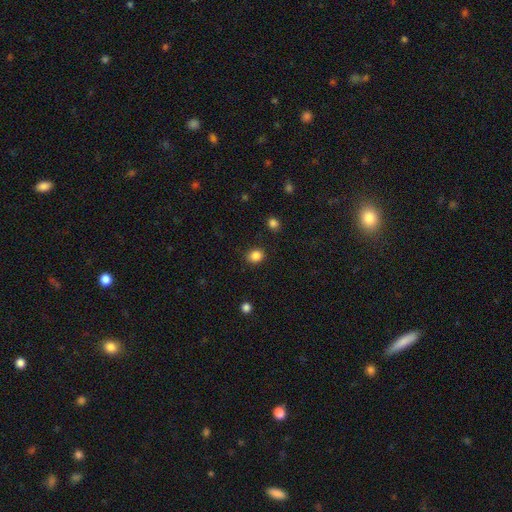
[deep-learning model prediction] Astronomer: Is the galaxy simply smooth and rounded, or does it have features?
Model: smooth — 85%.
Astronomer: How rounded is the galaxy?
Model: round — 59% (runner-up: in between, 40%).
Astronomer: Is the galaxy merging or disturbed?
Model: none — 87%.